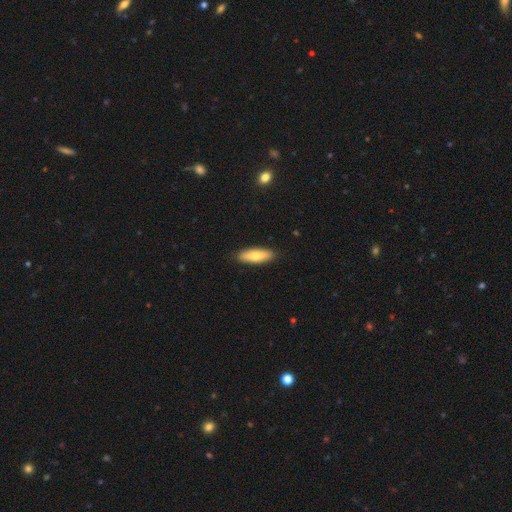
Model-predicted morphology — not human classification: A smooth galaxy with no disk features (71%) that is in between round and cigar-shaped (55%).

Vote fractions:
- Smooth or featured? smooth: 71% / featured or disk: 23% / star or artifact: 6%
- How rounded? in between: 55% / cigar-shaped: 43% / round: 2%
- Merging? none: 89% / minor disturbance: 8% / major disturbance: 2% / merger: 1%